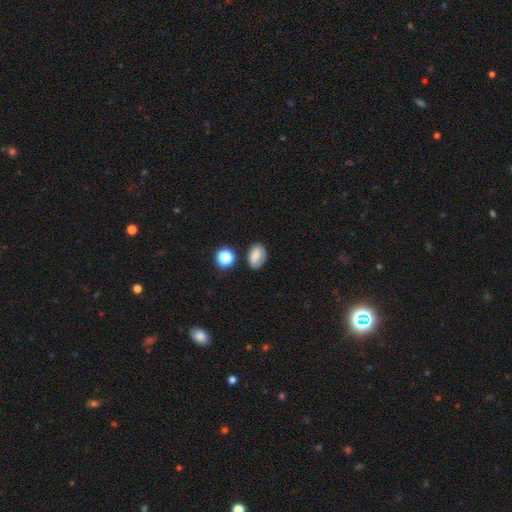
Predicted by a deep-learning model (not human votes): Smooth or featured? Predicted: smooth (p=0.78). How rounded? Predicted: in between (p=0.82). Merging? Predicted: none (p=0.71).